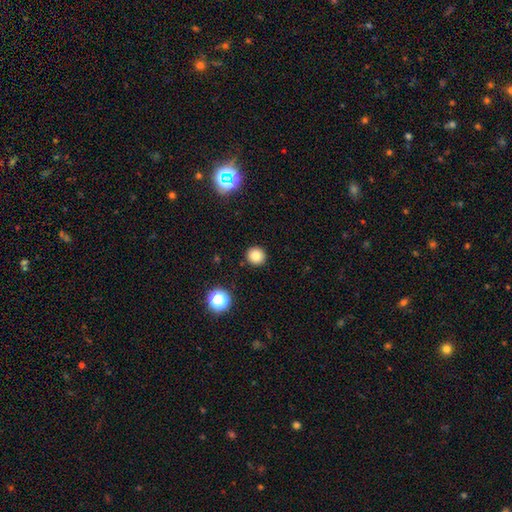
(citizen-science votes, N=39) smooth-or-featured: smooth: 85% | star or artifact: 10% | featured or disk: 5%
  how-rounded: round: 94% | in between: 6% | cigar-shaped: 0%
  merging: none: 94% | major disturbance: 6% | minor disturbance: 0% | merger: 0%